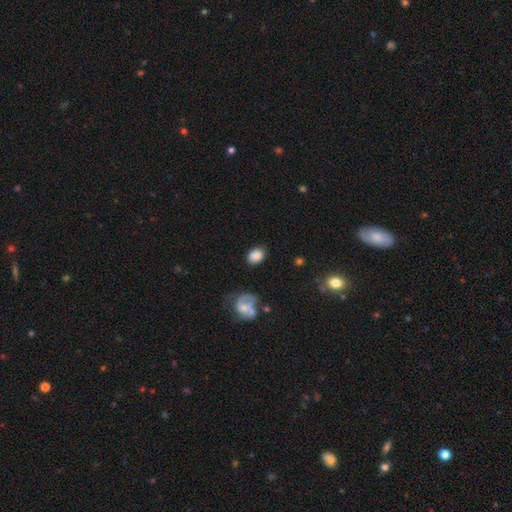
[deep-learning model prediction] This is clearly a smooth galaxy (84%). How rounded: likely in between (70%). Merging: likely none (77%).